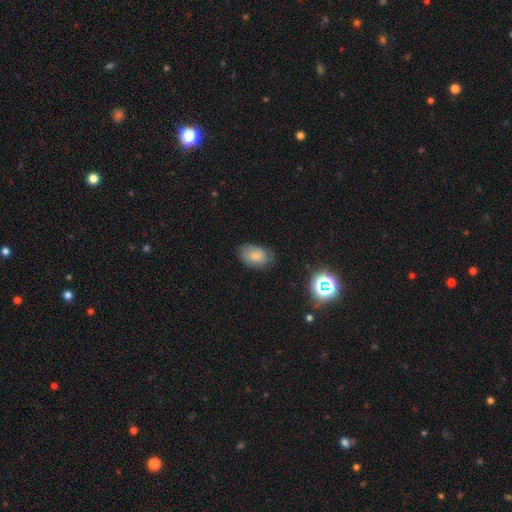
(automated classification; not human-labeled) smooth 78%, featured or disk 12%, star or artifact 10%. Down the decision tree: how rounded — in between (88%); merging — none (70%).